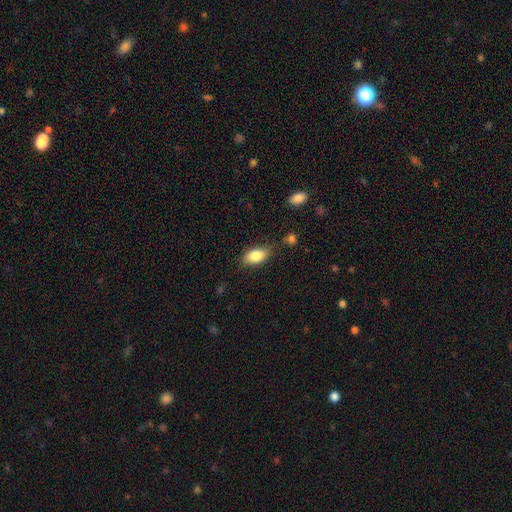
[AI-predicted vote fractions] A smooth galaxy with no disk features (84%) that is in between round and cigar-shaped (90%).

Vote fractions:
- Smooth or featured? smooth: 84% / featured or disk: 9% / star or artifact: 7%
- How rounded? in between: 90% / round: 6% / cigar-shaped: 4%
- Merging? none: 78% / minor disturbance: 16% / major disturbance: 4% / merger: 3%